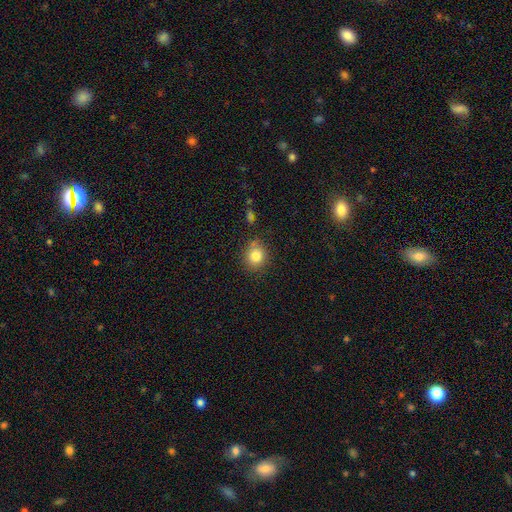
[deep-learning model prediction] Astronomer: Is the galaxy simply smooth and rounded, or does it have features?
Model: smooth — 82%.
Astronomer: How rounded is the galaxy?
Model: round — 77%.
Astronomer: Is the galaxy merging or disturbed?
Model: none — 79%.